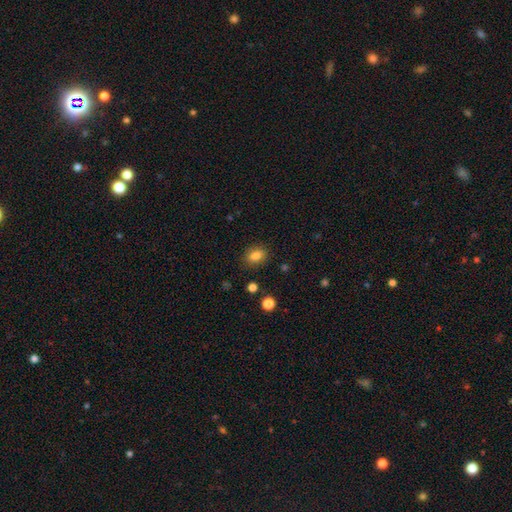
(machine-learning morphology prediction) Smooth or featured? smooth (84%)
How rounded? in between (71%)
Merging? none (85%)